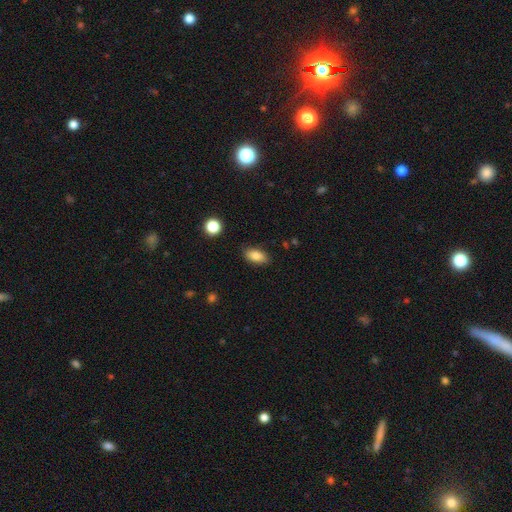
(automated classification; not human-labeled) Overall: smooth (85%). How rounded: in between (90%). Merging: none (86%).